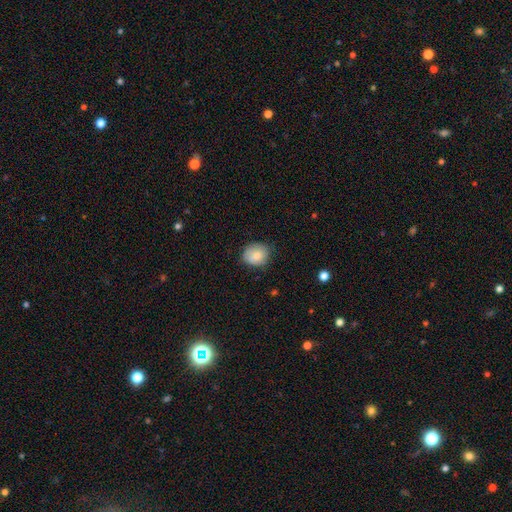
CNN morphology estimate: smooth 81%, featured or disk 11%, star or artifact 8%. Down the decision tree: how rounded — round (65%); merging — none (72%).